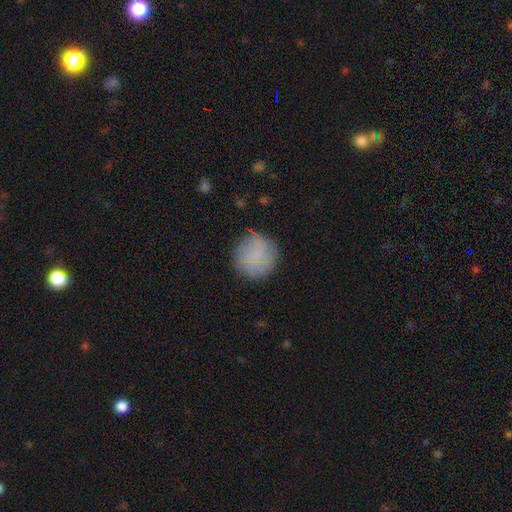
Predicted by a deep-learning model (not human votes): Smooth or featured?
  - smooth: 73% *
  - featured or disk: 17%
  - star or artifact: 10%
How rounded?
  - round: 90% *
  - in between: 9%
  - cigar-shaped: 1%
Merging?
  - none: 77% *
  - minor disturbance: 15%
  - major disturbance: 6%
  - merger: 2%